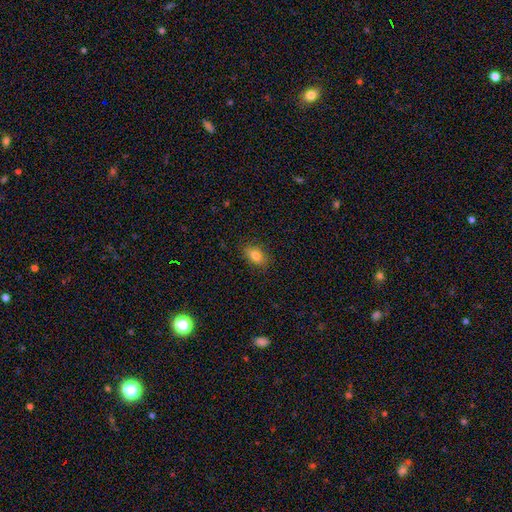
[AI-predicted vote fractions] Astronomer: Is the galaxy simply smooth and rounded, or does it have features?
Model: smooth — 80%.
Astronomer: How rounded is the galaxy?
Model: in between — 82%.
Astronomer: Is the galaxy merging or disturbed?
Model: none — 84%.